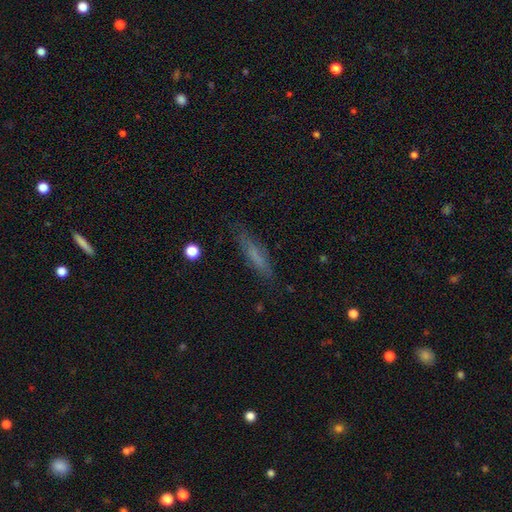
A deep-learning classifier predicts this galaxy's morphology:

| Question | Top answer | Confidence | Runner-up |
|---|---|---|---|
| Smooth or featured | smooth | 61% | featured or disk (28%) |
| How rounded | cigar-shaped | 82% | in between (16%) |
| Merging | none | 79% | minor disturbance (15%) |